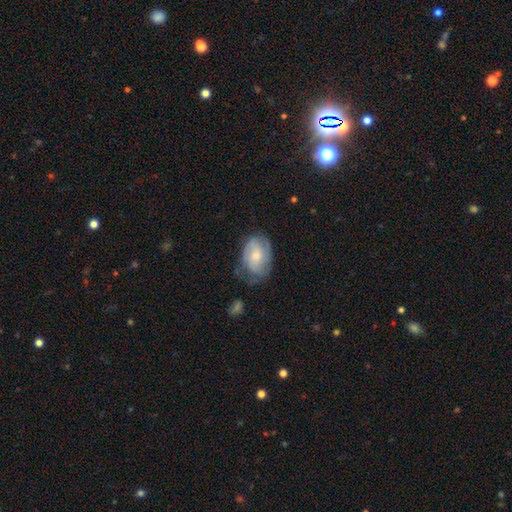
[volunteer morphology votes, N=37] type=featured or disk (57%); edge-on=no (100%); bar=no (90%); spiral arms=yes (62%); winding=tight (38%, tied with medium); arm count=3 (46%); bulge=moderate (43%); merging=none (46%).